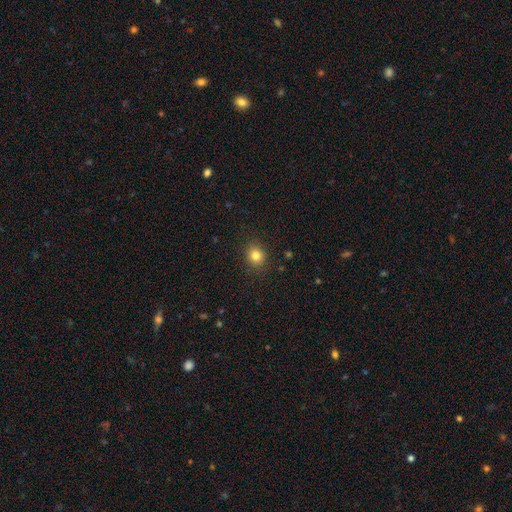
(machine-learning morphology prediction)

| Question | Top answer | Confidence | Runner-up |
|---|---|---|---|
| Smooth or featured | smooth | 82% | star or artifact (12%) |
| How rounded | round | 80% | in between (19%) |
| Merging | none | 89% | minor disturbance (7%) |